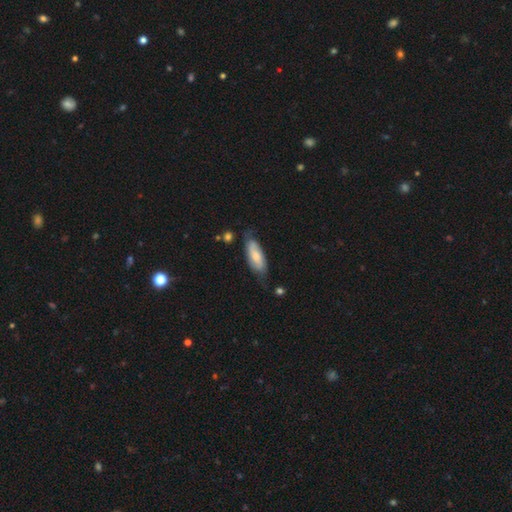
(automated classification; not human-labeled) A smooth galaxy with no disk features (58%) that is in between round and cigar-shaped (72%). Merging: none (64%).